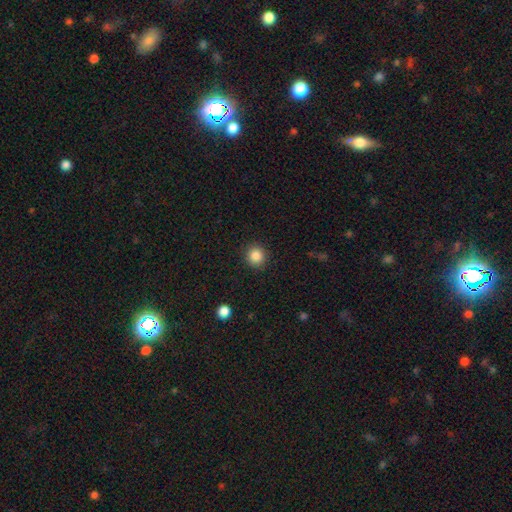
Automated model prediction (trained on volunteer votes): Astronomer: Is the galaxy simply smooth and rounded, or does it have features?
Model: smooth — 86%.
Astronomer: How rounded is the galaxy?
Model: round — 90%.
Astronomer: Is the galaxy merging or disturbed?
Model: none — 91%.